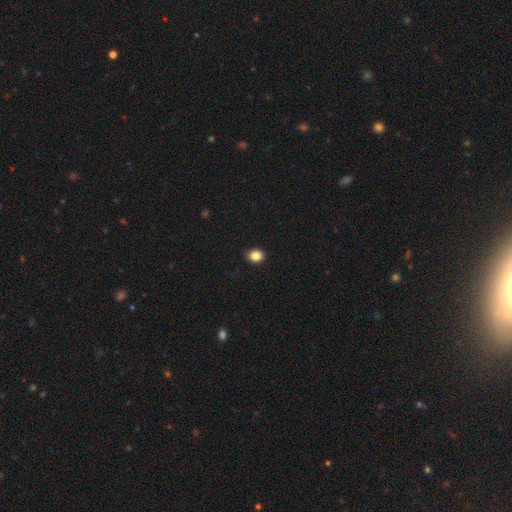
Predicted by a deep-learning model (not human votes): smooth-or-featured: smooth: 86% | star or artifact: 10% | featured or disk: 4%
  how-rounded: round: 63% | in between: 36% | cigar-shaped: 1%
  merging: none: 90% | minor disturbance: 7% | major disturbance: 2% | merger: 1%